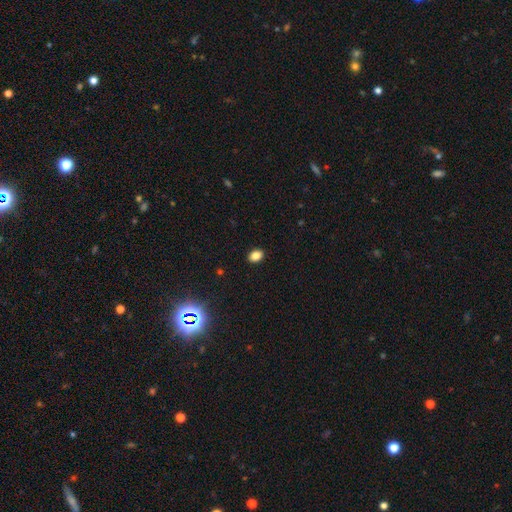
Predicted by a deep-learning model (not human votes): Morphology: type=smooth (85%); roundness=in between (72%); merging=none (90%).